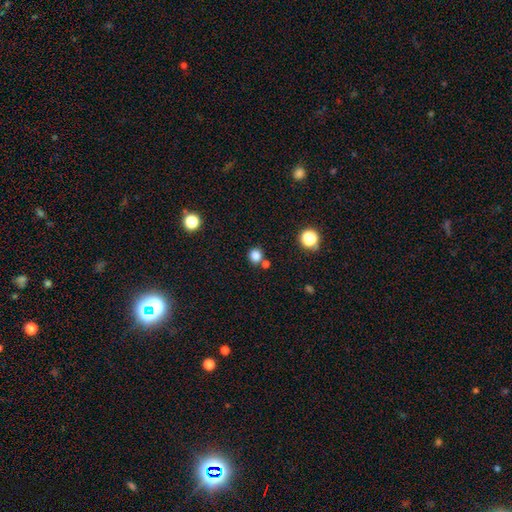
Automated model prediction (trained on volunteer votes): This is clearly a smooth galaxy (81%). How rounded: clearly round (87%). Merging: likely none (74%).